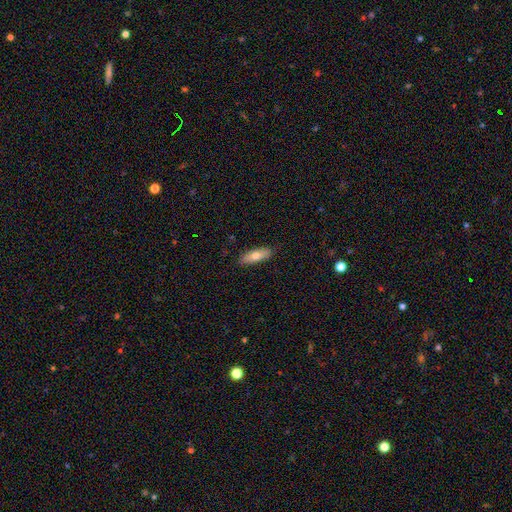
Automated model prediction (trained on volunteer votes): smooth_or_featured: smooth (p=0.70) [alt: featured or disk p=0.24]
how_rounded: in between (p=0.64) [alt: cigar-shaped p=0.33]
merging: none (p=0.86) [alt: minor disturbance p=0.11]